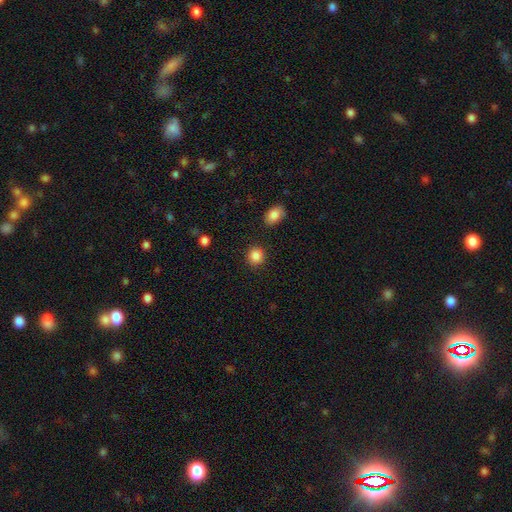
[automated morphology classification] smooth_or_featured: smooth (p=0.87) [alt: star or artifact p=0.10]
how_rounded: round (p=0.88) [alt: in between p=0.11]
merging: none (p=0.87) [alt: minor disturbance p=0.08]